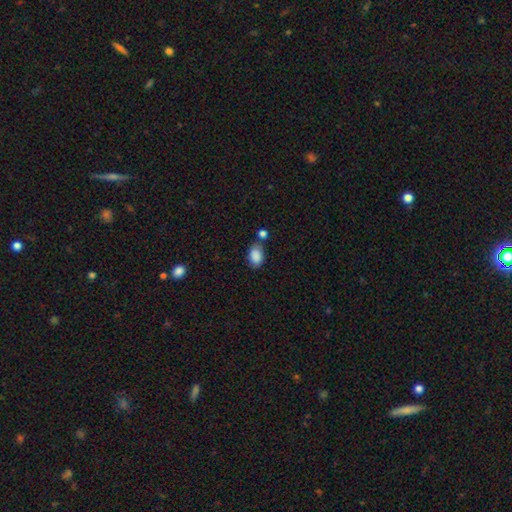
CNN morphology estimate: smooth_or_featured: smooth (p=0.88) [alt: star or artifact p=0.08]
how_rounded: in between (p=0.84) [alt: round p=0.14]
merging: none (p=0.65) [alt: minor disturbance p=0.17]